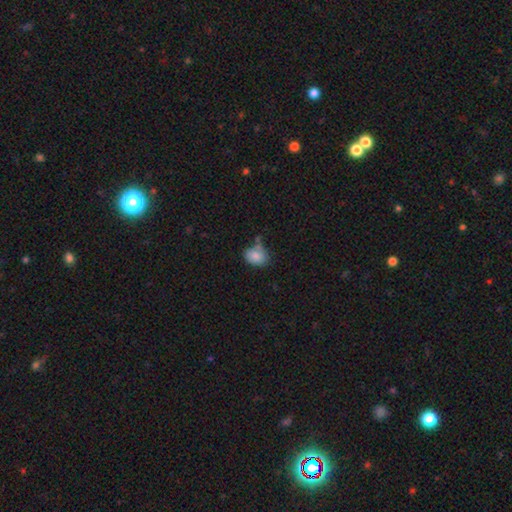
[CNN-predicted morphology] This appears to be a smooth galaxy with no disk features (84%) that is in between round and cigar-shaped (62%). Merging: none (57%).